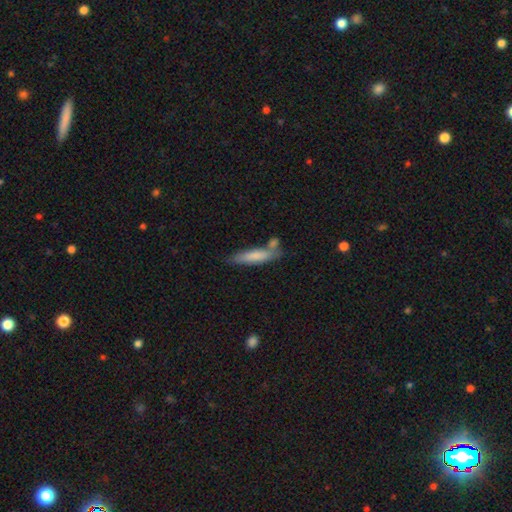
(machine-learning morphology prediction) Q: Smooth or featured?
A: smooth (76%); runner-up: featured or disk (18%)
Q: How rounded?
A: cigar-shaped (78%); runner-up: in between (21%)
Q: Merging?
A: none (57%); runner-up: minor disturbance (19%)